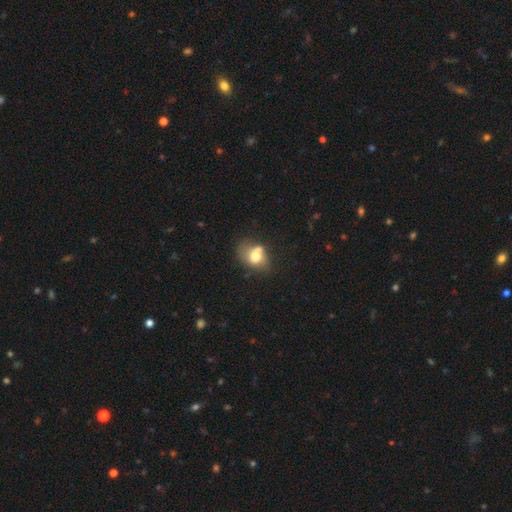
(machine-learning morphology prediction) smooth_or_featured: smooth (p=0.67) [alt: featured or disk p=0.23]
how_rounded: in between (p=0.56) [alt: round p=0.43]
merging: none (p=0.35) [alt: merger p=0.31]